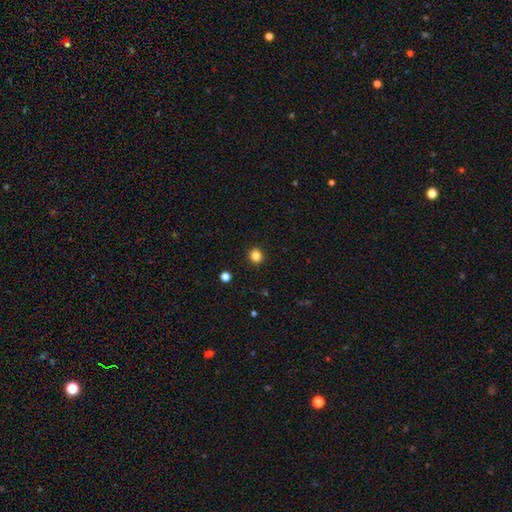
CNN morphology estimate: A smooth galaxy with no disk features (85%) that is round (89%).

Vote fractions:
- Smooth or featured? smooth: 85% / star or artifact: 11% / featured or disk: 4%
- How rounded? round: 89% / in between: 10% / cigar-shaped: 1%
- Merging? none: 92% / minor disturbance: 5% / major disturbance: 2% / merger: 1%